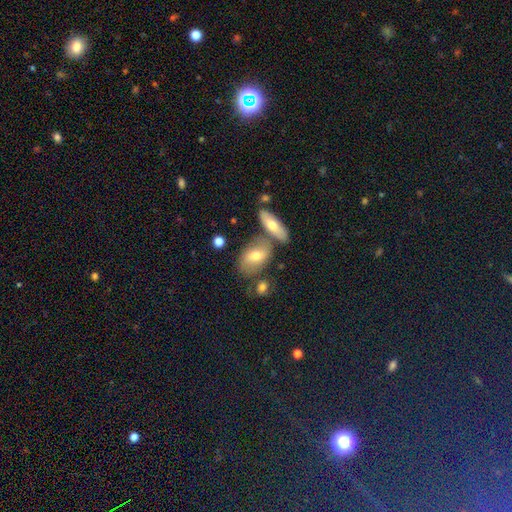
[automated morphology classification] A smooth galaxy with no disk features (62%) that is in between round and cigar-shaped (85%). Merging: none (55%).